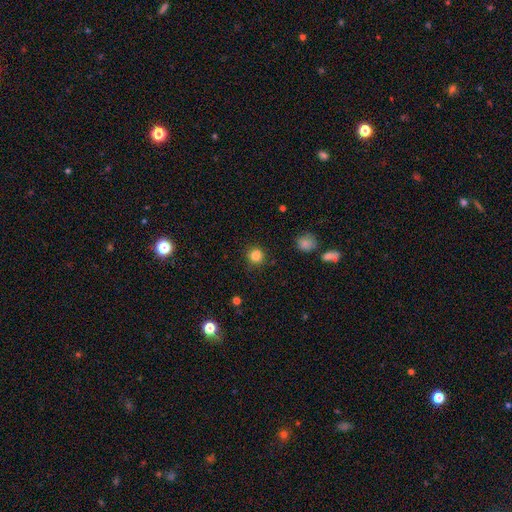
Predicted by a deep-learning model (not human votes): The model was most divided on "smooth or featured": smooth: 82%, star or artifact: 13%, featured or disk: 5%. More confident: how rounded — round (89%); merging — none (82%).